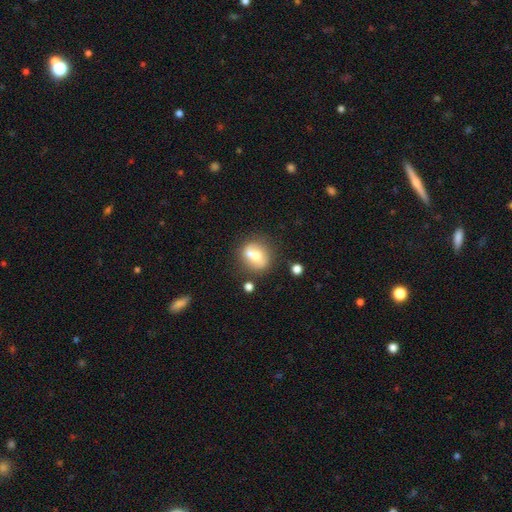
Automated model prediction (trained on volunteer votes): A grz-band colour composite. It shows a smooth galaxy with no disk features (62%) that is round (73%). Merging: none (49%).